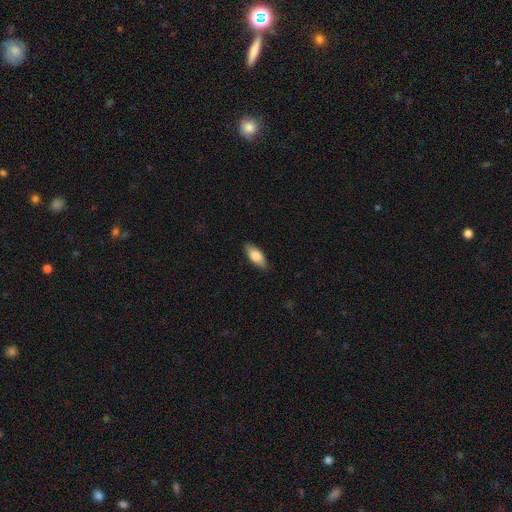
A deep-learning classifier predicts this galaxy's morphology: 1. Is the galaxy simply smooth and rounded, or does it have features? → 80% smooth, 15% featured or disk, 6% star or artifact.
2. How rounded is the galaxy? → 83% in between, 14% cigar-shaped, 2% round.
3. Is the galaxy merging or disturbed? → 87% none, 10% minor disturbance, 2% major disturbance, 1% merger.